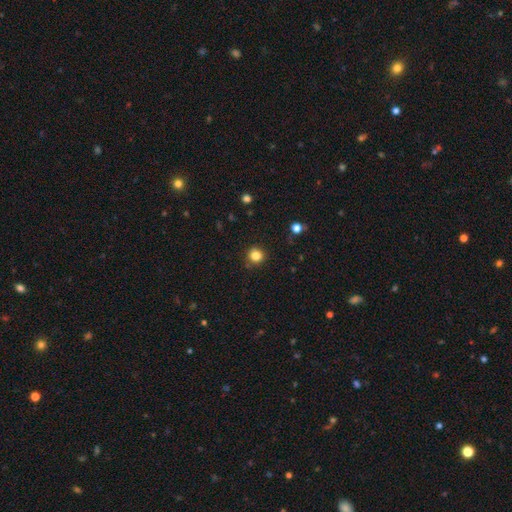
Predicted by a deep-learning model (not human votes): Smooth or featured?
  - smooth: 82% *
  - star or artifact: 13%
  - featured or disk: 5%
How rounded?
  - round: 91% *
  - in between: 8%
  - cigar-shaped: 1%
Merging?
  - none: 87% *
  - minor disturbance: 9%
  - major disturbance: 2%
  - merger: 2%